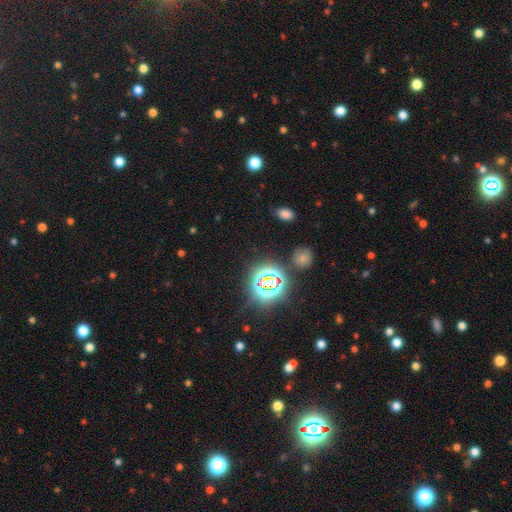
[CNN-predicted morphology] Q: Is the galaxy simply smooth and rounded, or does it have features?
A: star or artifact — 76%.